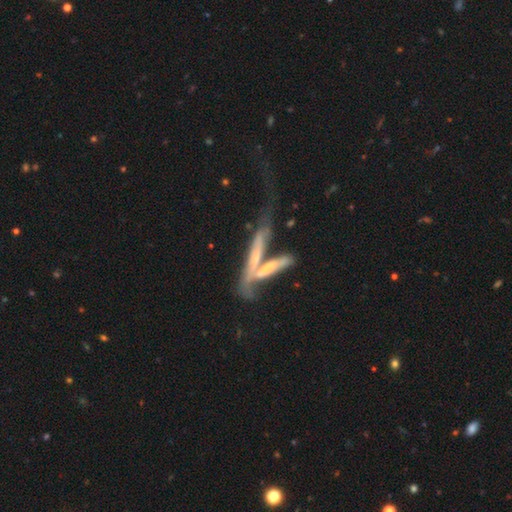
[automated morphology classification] Overall: featured or disk (56%; smooth 37%). Edge-on disk: yes (64%; no 36%). Merging: merger (52%; none 23%).